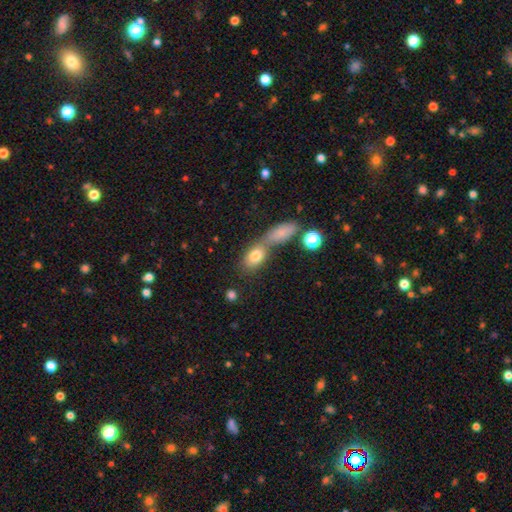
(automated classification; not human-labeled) Overall: smooth (77%). How rounded: in between (77%). Merging: merger (47%; none 37%).